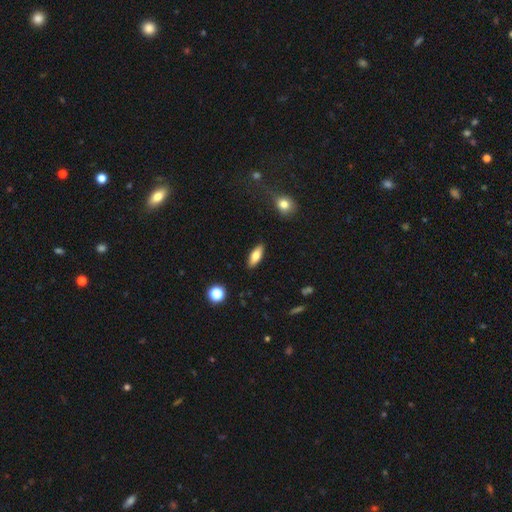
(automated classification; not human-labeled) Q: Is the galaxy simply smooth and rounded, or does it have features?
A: smooth — 75%.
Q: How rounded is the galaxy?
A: in between — 72%.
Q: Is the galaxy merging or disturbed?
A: none — 89%.